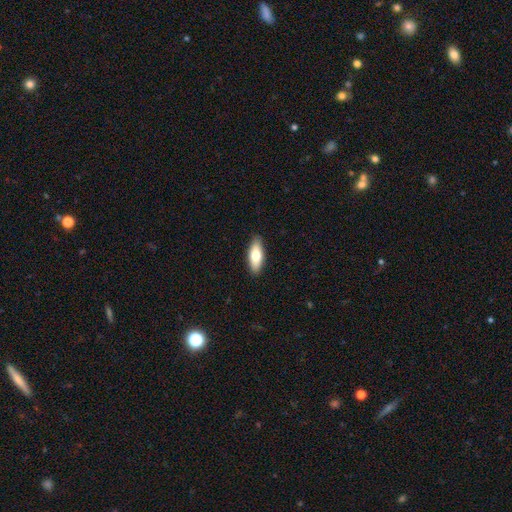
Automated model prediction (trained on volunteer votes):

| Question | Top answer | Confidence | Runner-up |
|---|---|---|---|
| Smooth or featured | smooth | 70% | featured or disk (24%) |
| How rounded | in between | 75% | cigar-shaped (23%) |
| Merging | none | 90% | minor disturbance (8%) |